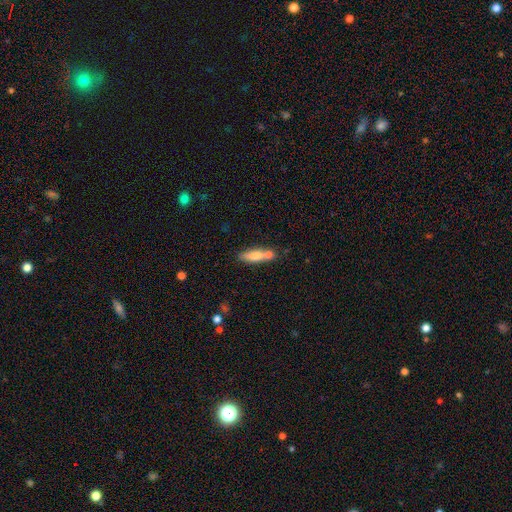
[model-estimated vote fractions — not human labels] Smooth or featured? Predicted: smooth (p=0.74). How rounded? Predicted: cigar-shaped (p=0.56). Merging? Predicted: none (p=0.52).